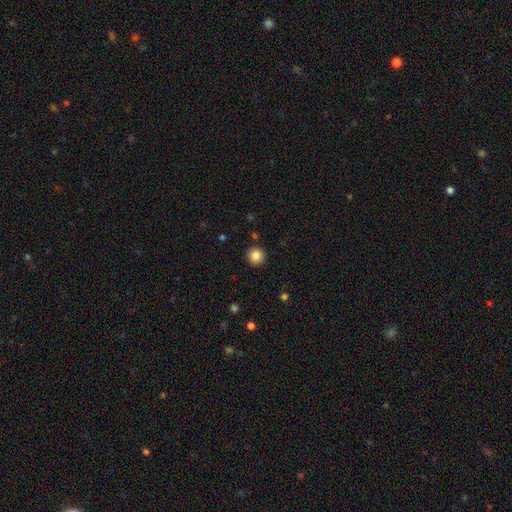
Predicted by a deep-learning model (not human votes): A smooth galaxy with no disk features (84%) that is round (95%).

Vote fractions:
- Smooth or featured? smooth: 84% / star or artifact: 10% / featured or disk: 6%
- How rounded? round: 95% / in between: 4% / cigar-shaped: 1%
- Merging? none: 93% / minor disturbance: 5% / major disturbance: 2% / merger: 1%